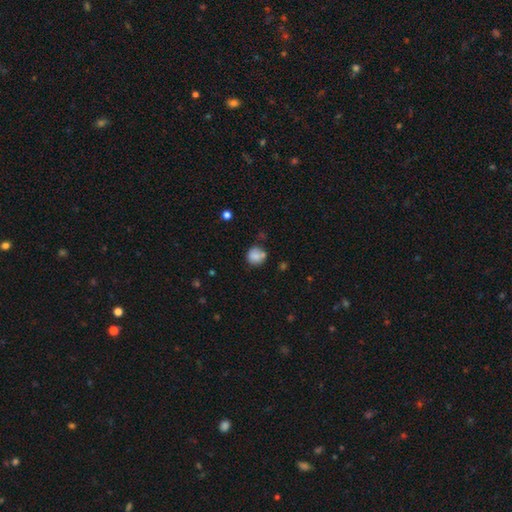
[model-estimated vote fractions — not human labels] Smooth or featured? Predicted: smooth (p=0.82). How rounded? Predicted: round (p=0.86). Merging? Predicted: none (p=0.67).